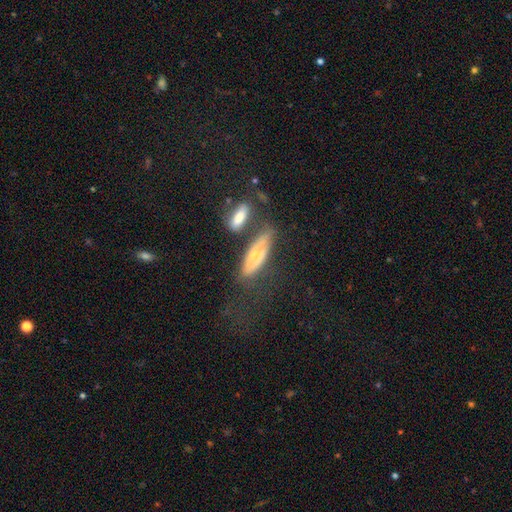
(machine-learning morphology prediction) smooth_or_featured: smooth (p=0.47) [alt: featured or disk p=0.44]
merging: none (p=0.47) [alt: minor disturbance p=0.23]